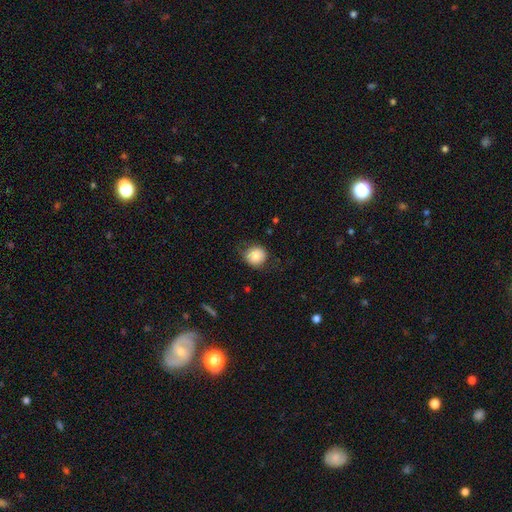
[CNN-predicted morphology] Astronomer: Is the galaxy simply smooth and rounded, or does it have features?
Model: smooth — 79%.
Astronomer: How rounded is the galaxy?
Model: round — 87%.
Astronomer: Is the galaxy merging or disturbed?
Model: none — 71%.